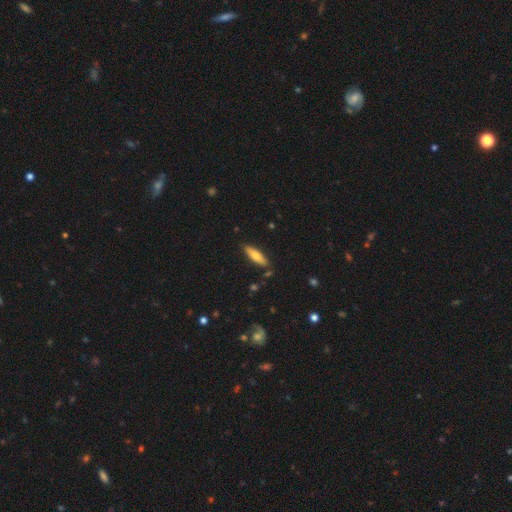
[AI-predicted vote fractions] Morphology: type=smooth (72%); roundness=cigar-shaped (58%); merging=none (85%).